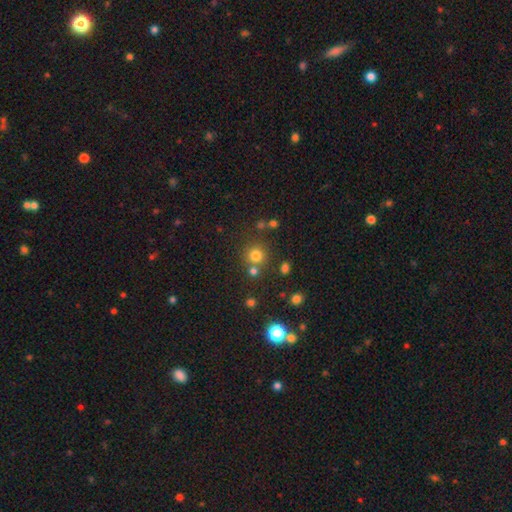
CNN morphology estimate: Smooth or featured? Predicted: smooth (p=0.76). How rounded? Predicted: round (p=0.92). Merging? Predicted: none (p=0.72).